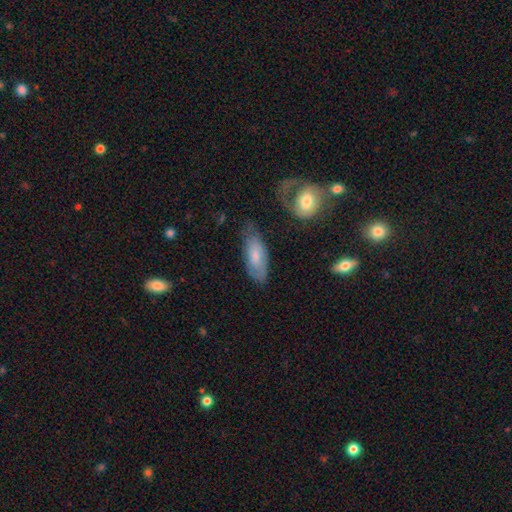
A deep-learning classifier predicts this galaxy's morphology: Smooth or featured? Predicted: smooth (p=0.64). How rounded? Predicted: in between (p=0.77). Merging? Predicted: none (p=0.62).